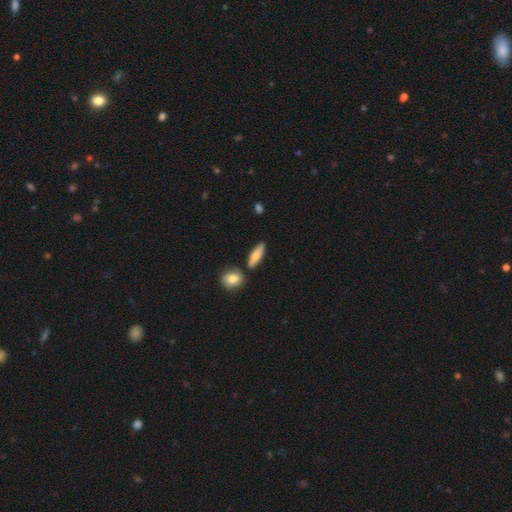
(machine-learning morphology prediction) This is likely a smooth galaxy (74%). How rounded: possibly cigar-shaped (51%). Merging: likely none (77%).